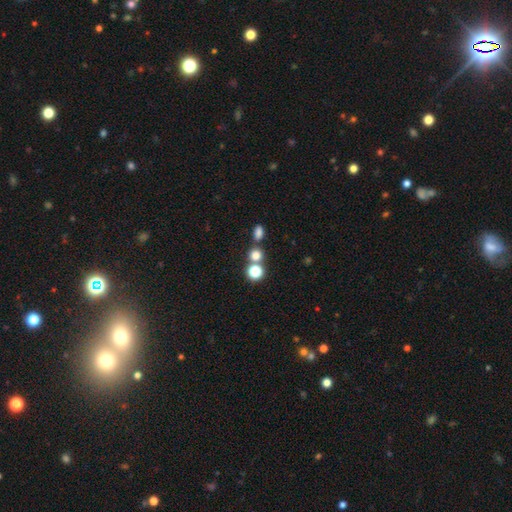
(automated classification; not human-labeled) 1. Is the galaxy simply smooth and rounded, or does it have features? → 74% smooth, 19% star or artifact, 7% featured or disk.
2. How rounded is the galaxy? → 77% round, 21% in between, 1% cigar-shaped.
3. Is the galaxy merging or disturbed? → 60% none, 29% merger, 7% minor disturbance, 3% major disturbance.